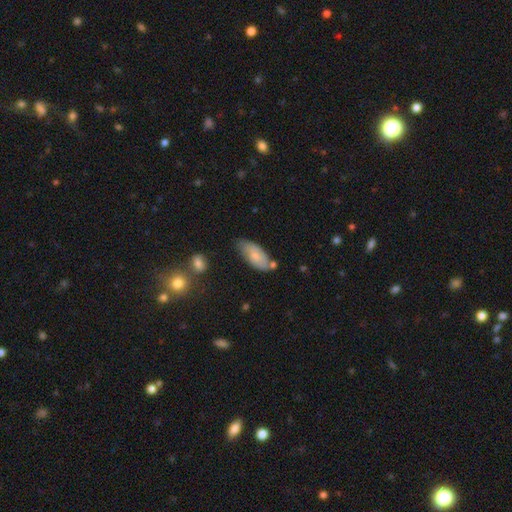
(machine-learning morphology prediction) Smooth or featured? Predicted: smooth (p=0.68). How rounded? Predicted: in between (p=0.88). Merging? Predicted: none (p=0.58).